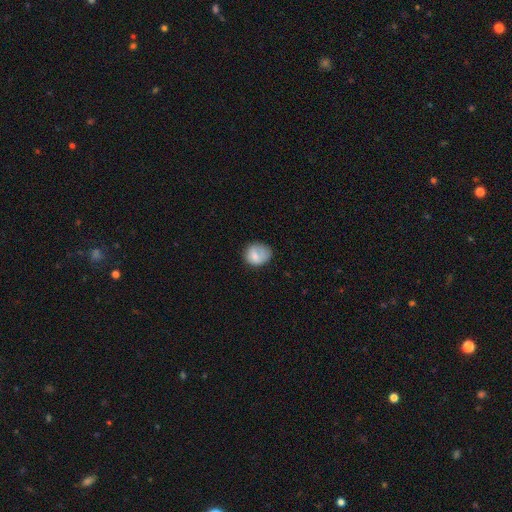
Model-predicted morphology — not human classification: smooth 77%, featured or disk 15%, star or artifact 8%. Down the decision tree: how rounded — round (66%); merging — none (56%).